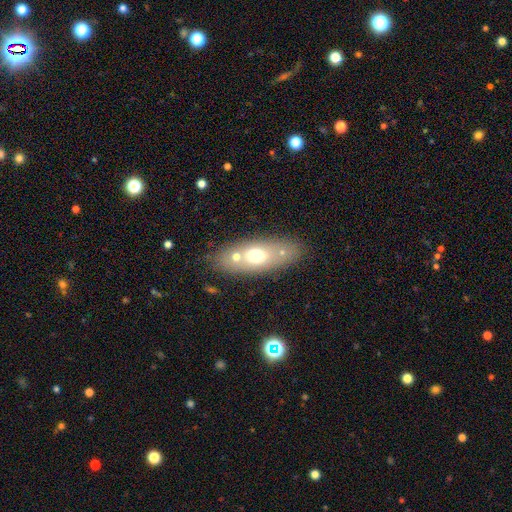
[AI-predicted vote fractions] This is likely a smooth galaxy (62%). How rounded: likely in between (78%). Merging: likely none (67%).